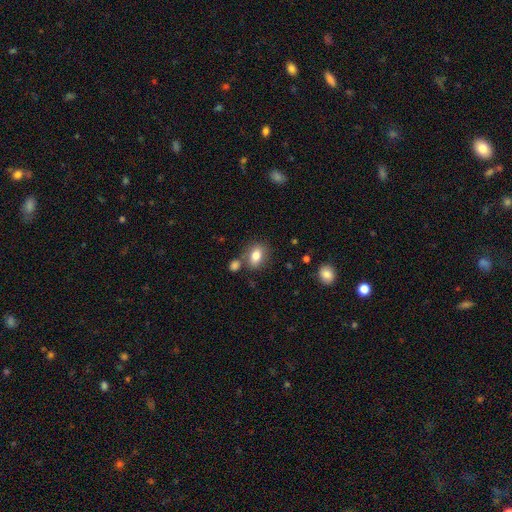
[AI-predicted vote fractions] Overall: smooth (80%). How rounded: in between (77%). Merging: none (66%).